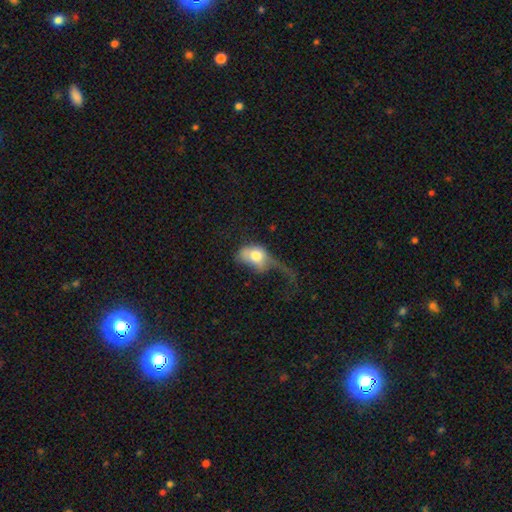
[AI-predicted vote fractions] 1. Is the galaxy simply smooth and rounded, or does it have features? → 67% smooth, 26% featured or disk, 8% star or artifact.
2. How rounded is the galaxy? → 71% in between, 26% round, 3% cigar-shaped.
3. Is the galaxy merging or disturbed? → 63% major disturbance, 17% minor disturbance, 14% none, 6% merger.